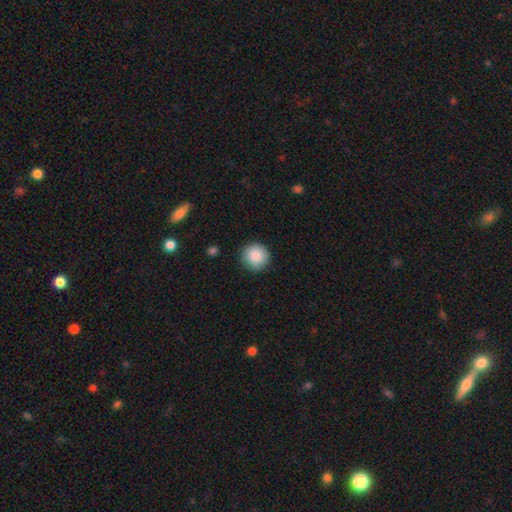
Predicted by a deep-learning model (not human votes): smooth_or_featured: smooth (p=0.86) [alt: star or artifact p=0.08]
how_rounded: round (p=0.94) [alt: in between p=0.05]
merging: none (p=0.88) [alt: minor disturbance p=0.09]